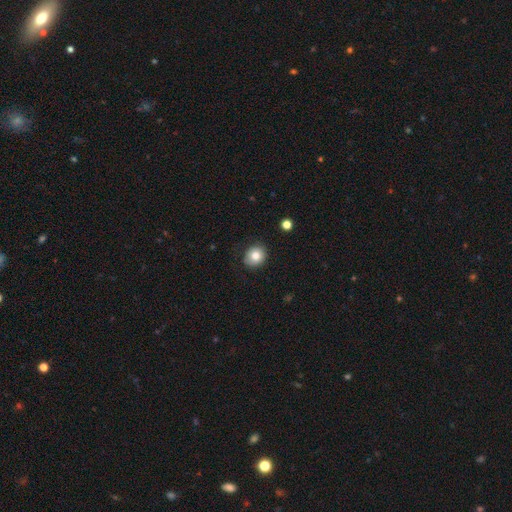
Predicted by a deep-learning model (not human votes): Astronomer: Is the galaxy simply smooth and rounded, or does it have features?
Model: smooth — 80%.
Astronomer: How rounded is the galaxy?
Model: round — 70%.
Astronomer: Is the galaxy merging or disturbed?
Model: none — 85%.